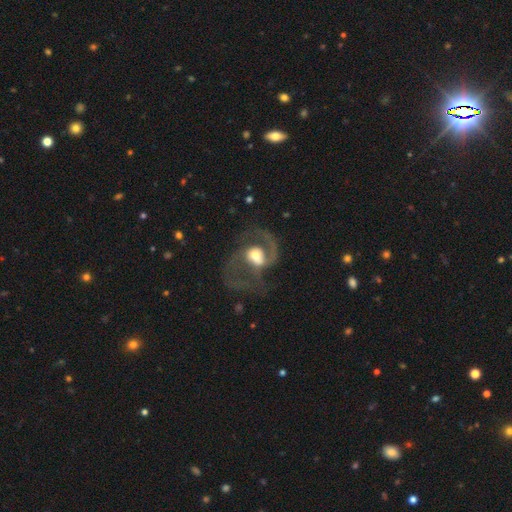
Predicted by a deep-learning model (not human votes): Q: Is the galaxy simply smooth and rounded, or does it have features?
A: featured or disk — 82%.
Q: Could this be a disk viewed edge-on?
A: no — 98%.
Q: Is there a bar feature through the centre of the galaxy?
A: no — 44%.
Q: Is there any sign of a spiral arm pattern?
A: yes — 91%.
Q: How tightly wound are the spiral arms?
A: medium — 53%.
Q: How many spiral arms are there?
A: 2 — 74%.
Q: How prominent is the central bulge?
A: moderate — 52%.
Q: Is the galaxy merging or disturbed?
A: none — 46%.